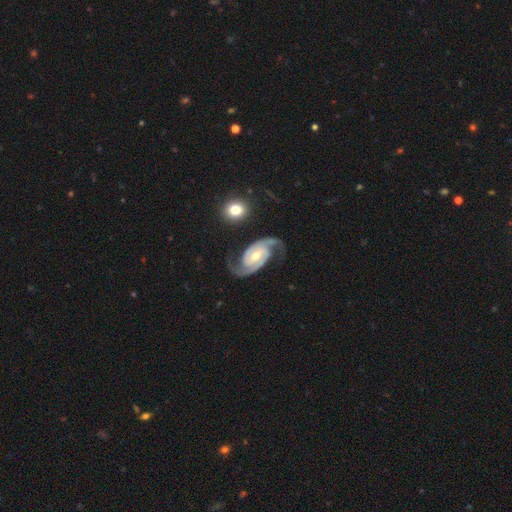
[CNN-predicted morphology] Smooth or featured: featured or disk — 93% (star or artifact — 4%)
Edge-on disk: no — 98% (yes — 2%)
Bar: no — 40% (weak — 37%)
Spiral arms: yes — 99% (no — 1%)
Spiral winding: medium — 51% (tight — 36%)
Spiral arm count: 2 — 93% (3 — 2%)
Bulge size: moderate — 65% (small — 30%)
Merging: none — 79% (minor disturbance — 13%)